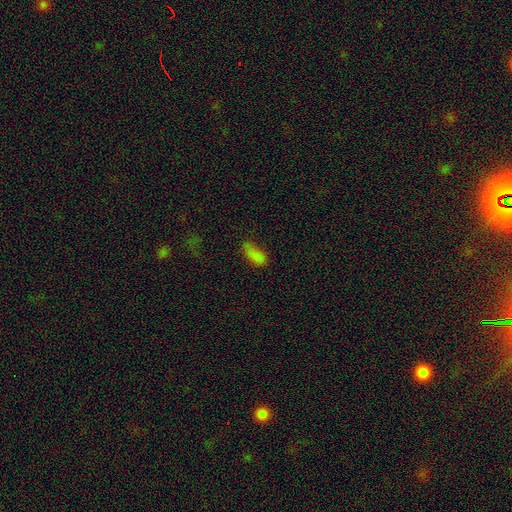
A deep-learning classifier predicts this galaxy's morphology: Smooth or featured: smooth — 78% (star or artifact — 15%)
How rounded: in between — 86% (cigar-shaped — 11%)
Merging: none — 52% (minor disturbance — 31%)